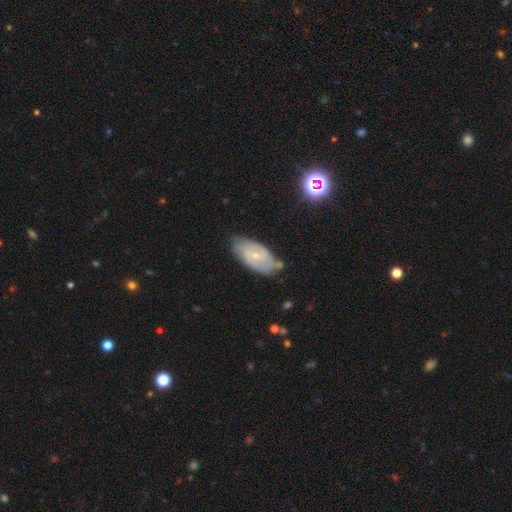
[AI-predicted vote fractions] Smooth or featured: featured or disk — 61% (smooth — 31%)
Edge-on disk: no — 93% (yes — 7%)
Bar: no — 48% (weak — 42%)
Spiral arms: yes — 76% (no — 24%)
Bulge size: small — 71% (moderate — 25%)
Merging: none — 62% (minor disturbance — 28%)